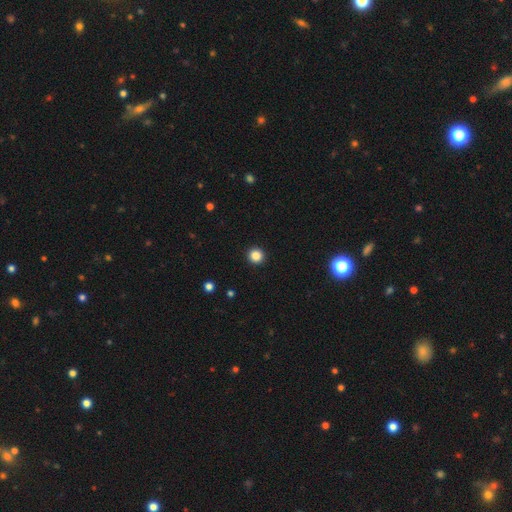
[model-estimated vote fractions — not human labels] Morphology: type=smooth (85%); roundness=round (95%); merging=none (94%).